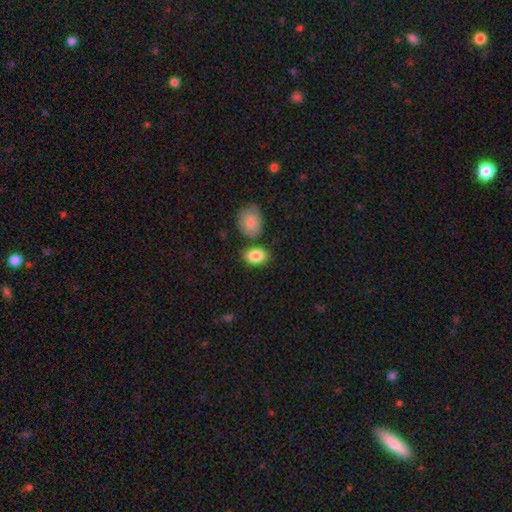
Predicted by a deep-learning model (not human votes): A smooth galaxy with no disk features (87%) that is in between round and cigar-shaped (80%). Merging: none (70%).